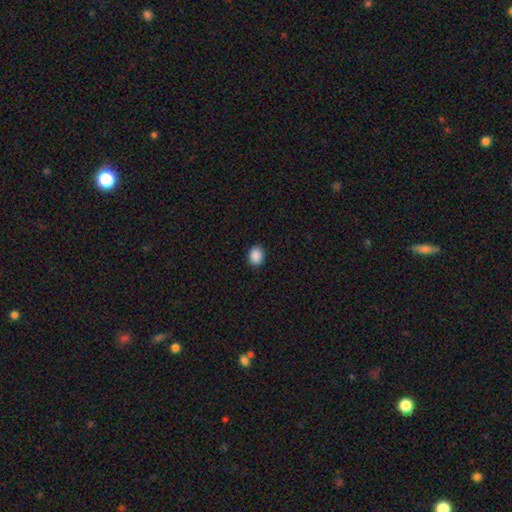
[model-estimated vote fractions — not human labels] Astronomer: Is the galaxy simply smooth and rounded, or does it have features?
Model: smooth — 89%.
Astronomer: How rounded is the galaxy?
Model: round — 57% (runner-up: in between, 43%).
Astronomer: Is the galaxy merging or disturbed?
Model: none — 90%.